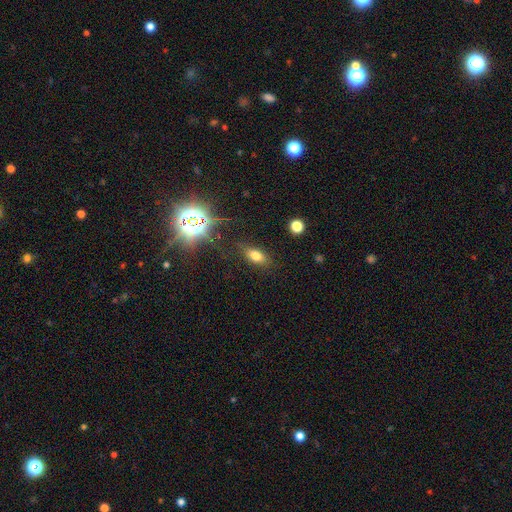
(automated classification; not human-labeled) Smooth or featured?
  - smooth: 69% *
  - star or artifact: 19%
  - featured or disk: 12%
How rounded?
  - in between: 80% *
  - cigar-shaped: 10%
  - round: 10%
Merging?
  - none: 83% *
  - minor disturbance: 12%
  - major disturbance: 4%
  - merger: 2%